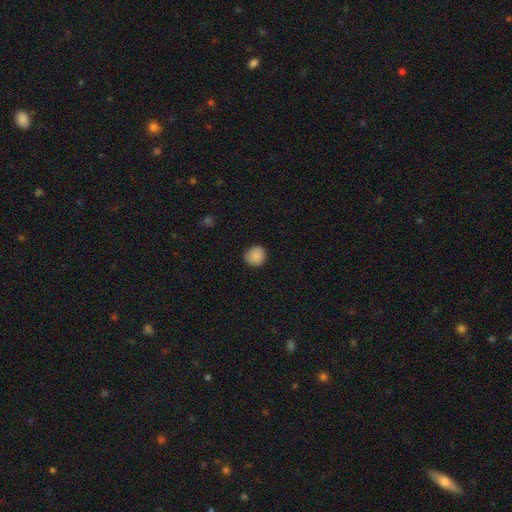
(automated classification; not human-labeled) smooth-or-featured: smooth: 88% | star or artifact: 8% | featured or disk: 4%
  how-rounded: round: 91% | in between: 8% | cigar-shaped: 1%
  merging: none: 87% | minor disturbance: 10% | major disturbance: 2% | merger: 1%